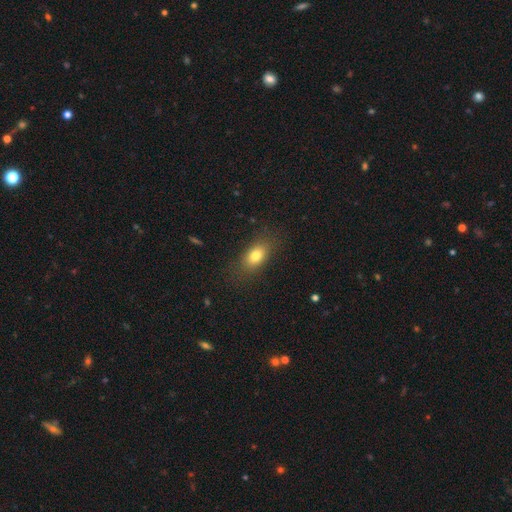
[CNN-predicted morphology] A smooth galaxy with no disk features (79%) that is in between round and cigar-shaped (82%).

Vote fractions:
- Smooth or featured? smooth: 79% / featured or disk: 12% / star or artifact: 10%
- How rounded? in between: 82% / round: 13% / cigar-shaped: 5%
- Merging? none: 81% / minor disturbance: 12% / major disturbance: 5% / merger: 1%